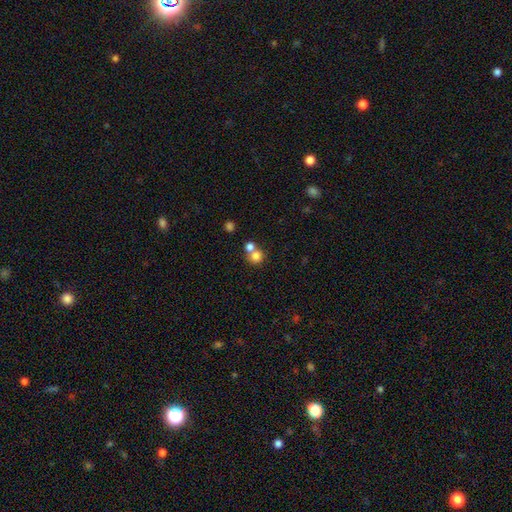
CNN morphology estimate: This appears to be a smooth galaxy with no disk features (78%) that is round (87%). Merging: none (48%).